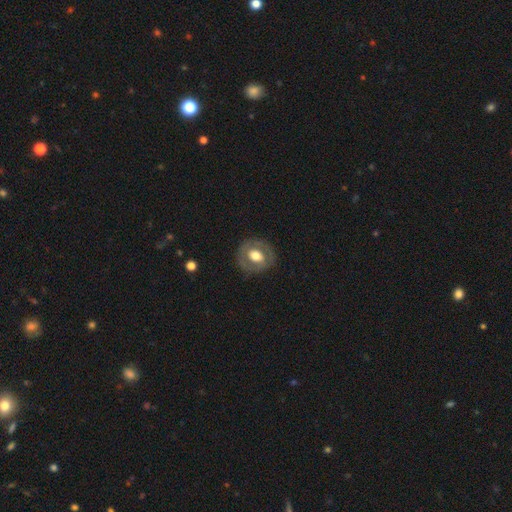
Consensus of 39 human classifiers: Volunteers were most divided on "smooth or featured": smooth: 49%, featured or disk: 46%, star or artifact: 5%. More confident: merging — none (78%); how rounded — round (74%).